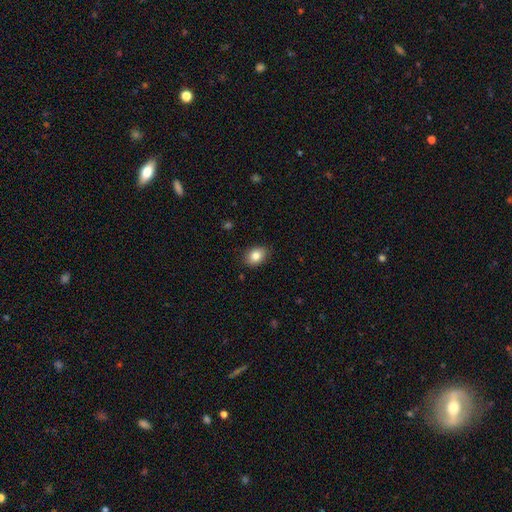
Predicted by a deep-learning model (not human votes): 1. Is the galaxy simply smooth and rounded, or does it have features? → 85% smooth, 8% star or artifact, 7% featured or disk.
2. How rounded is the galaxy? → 77% in between, 22% round, 1% cigar-shaped.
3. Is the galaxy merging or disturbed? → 87% none, 10% minor disturbance, 2% major disturbance, 1% merger.